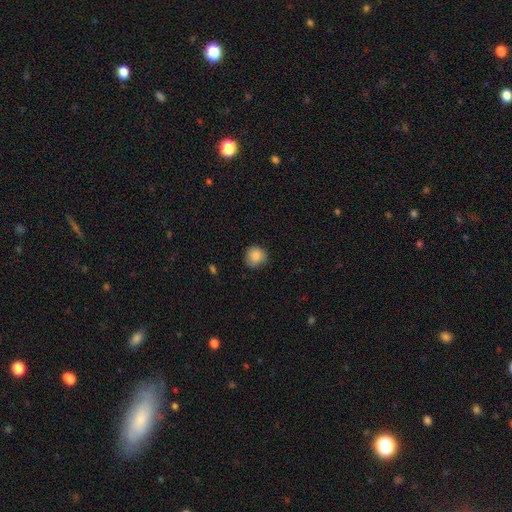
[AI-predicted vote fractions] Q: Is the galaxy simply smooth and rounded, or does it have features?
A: smooth — 86%.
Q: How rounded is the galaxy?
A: round — 89%.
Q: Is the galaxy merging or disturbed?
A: none — 82%.